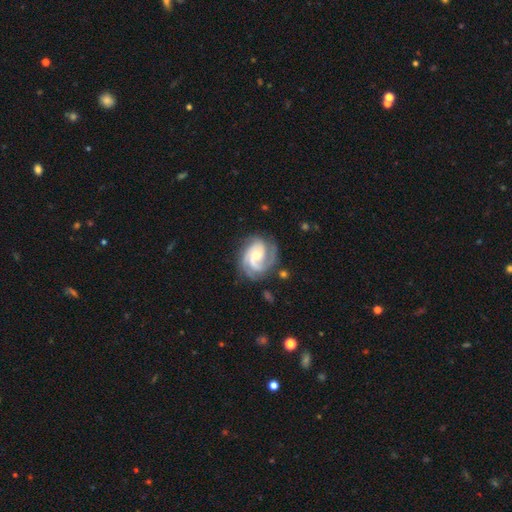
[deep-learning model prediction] smooth-or-featured: featured or disk: 90% | smooth: 6% | star or artifact: 4%
  disk-edge-on: no: 98% | yes: 2%
    bar: no: 56% | weak: 34% | strong: 10%
    has-spiral-arms: yes: 98% | no: 2%
      spiral-winding: tight: 50% | medium: 41% | loose: 9%
      spiral-arm-count: 3: 47% | 2: 30% | can't tell: 9% | 4: 5% | 1: 5% | more than 4: 3%
    bulge-size: moderate: 53% | small: 41% | large: 3% | none: 1% | dominant: 1%
  merging: none: 70% | minor disturbance: 19% | major disturbance: 9% | merger: 2%